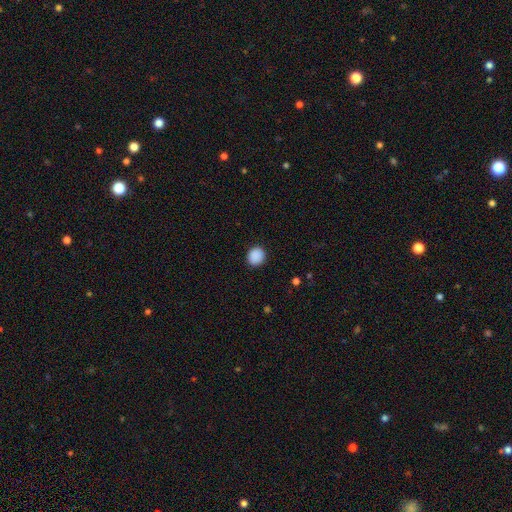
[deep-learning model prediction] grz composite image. It shows a smooth galaxy with no disk features (89%) that is round (80%). Merging: none (90%).